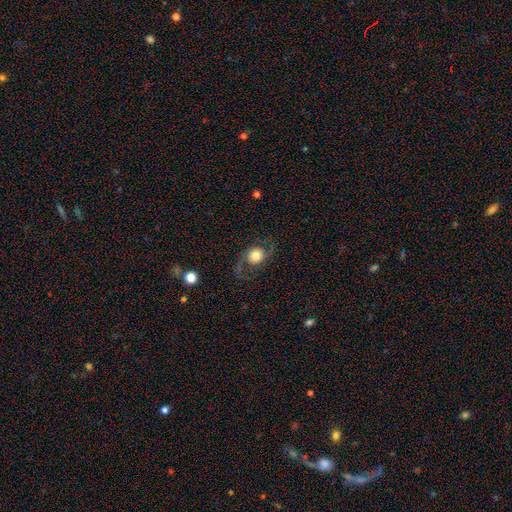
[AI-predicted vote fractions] Q: Smooth or featured?
A: featured or disk (56%); runner-up: smooth (35%)
Q: Edge-on disk?
A: no (95%); runner-up: yes (5%)
Q: Bar?
A: no (77%); runner-up: weak (18%)
Q: Spiral arms?
A: yes (84%); runner-up: no (16%)
Q: Bulge size?
A: moderate (39%); runner-up: large (37%)
Q: Merging?
A: none (70%); runner-up: major disturbance (14%)